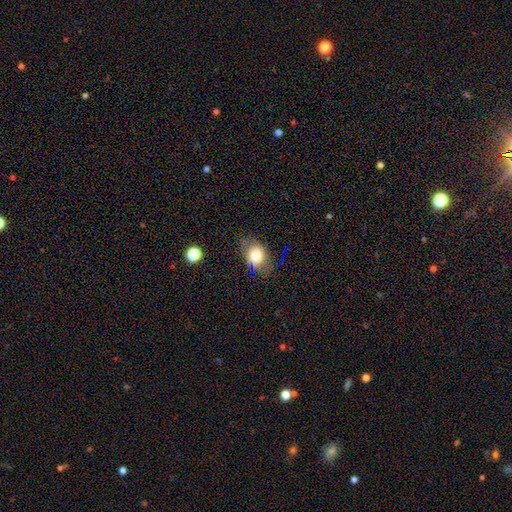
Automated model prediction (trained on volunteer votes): A smooth galaxy with no disk features (72%) that is in between round and cigar-shaped (71%). Merging: none (75%).